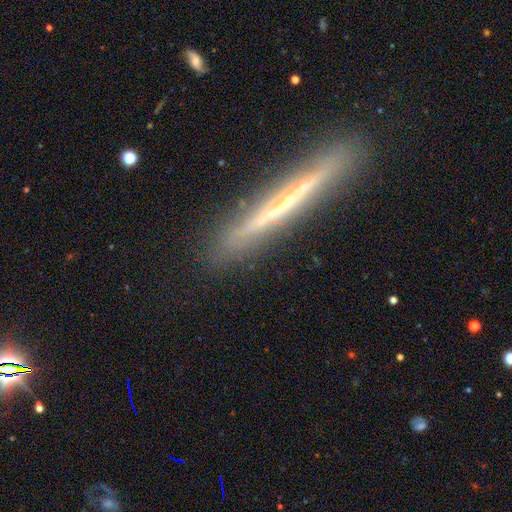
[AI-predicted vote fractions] This is likely a featured or disk galaxy (68%). It is clearly viewed edge-on (95%). Edge-on bulge: likely none (73%). Merging: clearly none (89%).